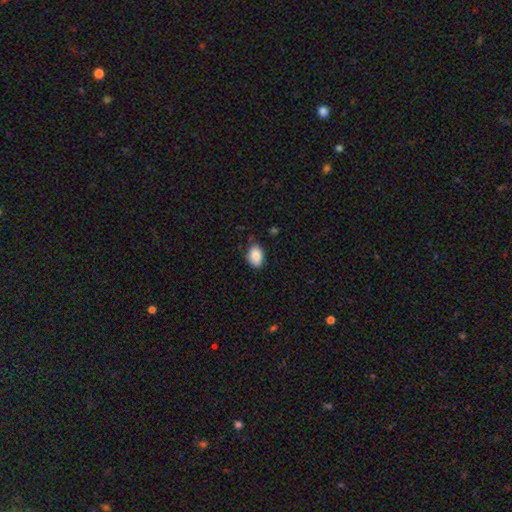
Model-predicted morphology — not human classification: Smooth or featured? Predicted: smooth (p=0.88). How rounded? Predicted: in between (p=0.85). Merging? Predicted: none (p=0.77).